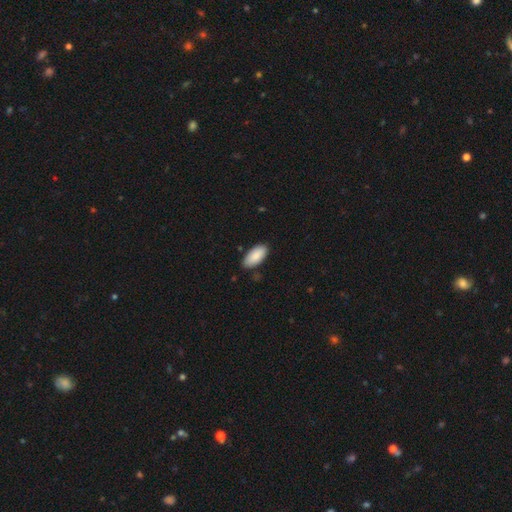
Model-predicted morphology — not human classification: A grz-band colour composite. It shows a smooth galaxy with no disk features (89%) that is in between round and cigar-shaped (91%). Merging: none (85%).